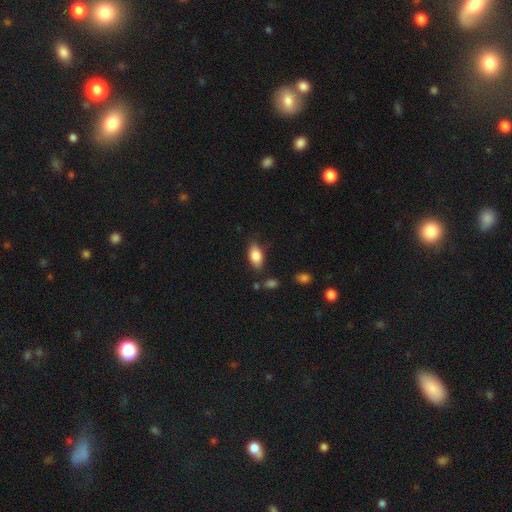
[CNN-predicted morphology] This appears to be a smooth galaxy with no disk features (84%) that is in between round and cigar-shaped (90%). Merging: none (76%).